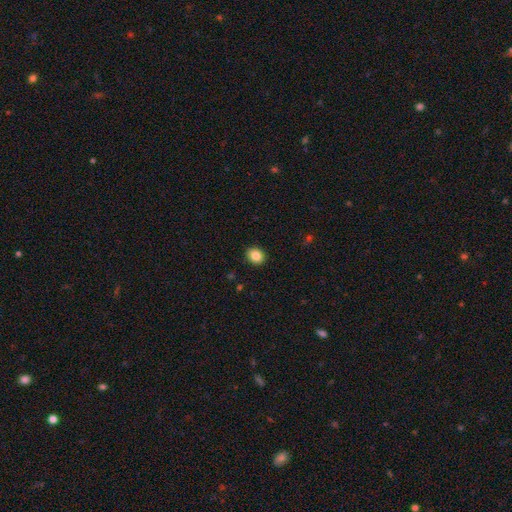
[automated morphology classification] Overall: smooth (85%). How rounded: round (62%; in between 37%). Merging: none (91%).